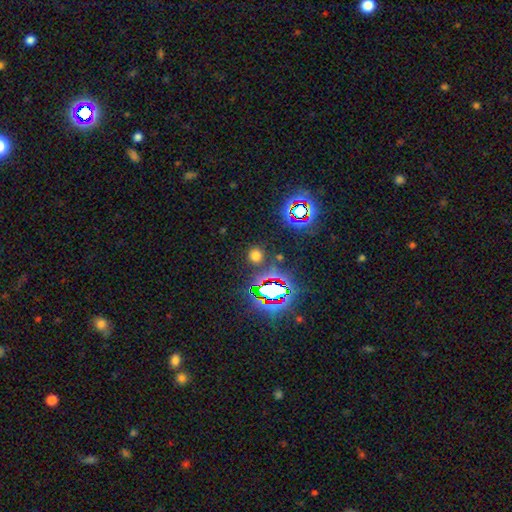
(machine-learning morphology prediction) A smooth galaxy with no disk features (60%) that is round (90%). Merging: none (86%).